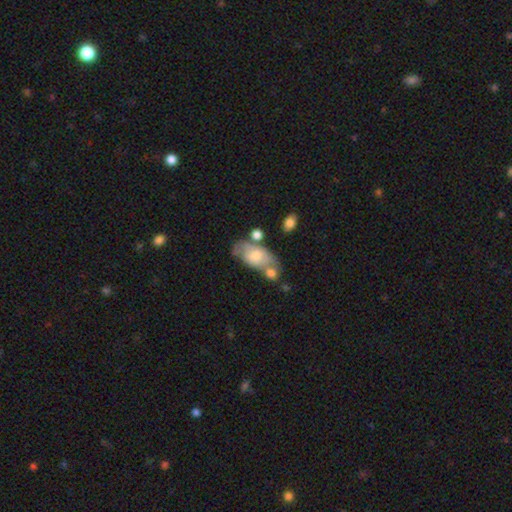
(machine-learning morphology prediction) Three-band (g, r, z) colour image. It shows a smooth galaxy with no disk features (55%) that is in between round and cigar-shaped (90%). Merging: none (37%).